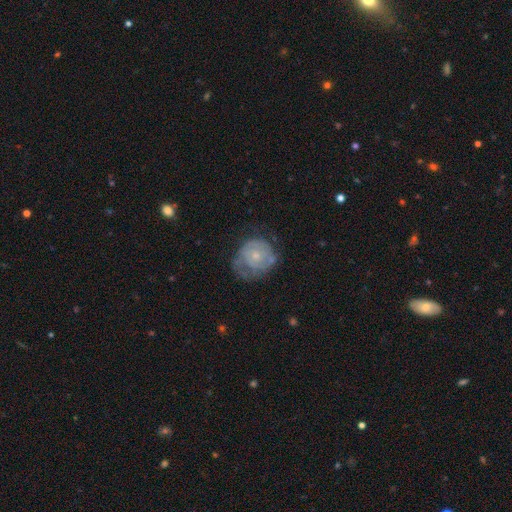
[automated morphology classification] featured or disk 57%, smooth 36%, star or artifact 7%. Down the decision tree: edge-on disk — no (98%); bar — no (84%); spiral arms — yes (61%); bulge size — small (64%); merging — none (46%).